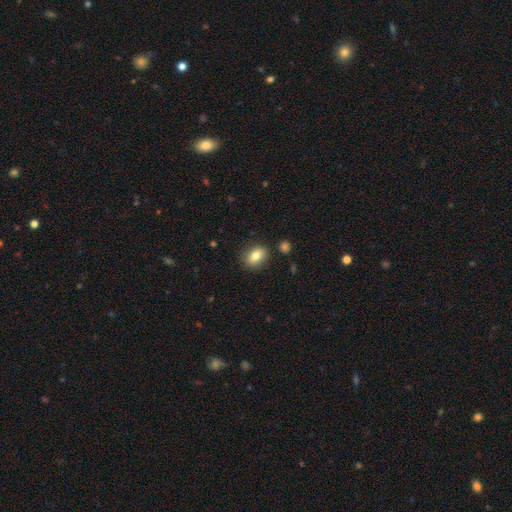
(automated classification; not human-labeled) smooth 79%, featured or disk 12%, star or artifact 9%. Down the decision tree: how rounded — in between (73%); merging — none (83%).